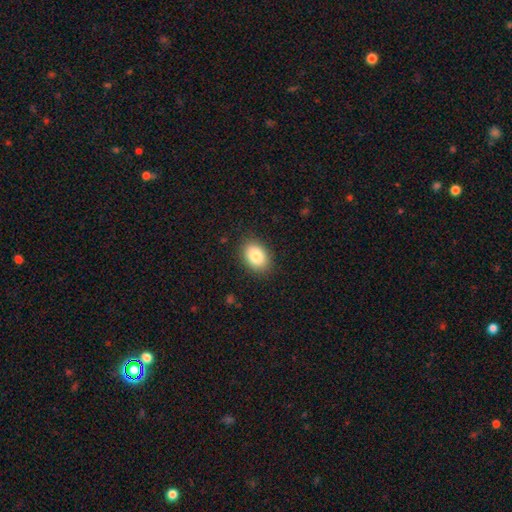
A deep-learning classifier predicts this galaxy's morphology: Smooth or featured? Predicted: smooth (p=0.85). How rounded? Predicted: in between (p=0.78). Merging? Predicted: none (p=0.87).